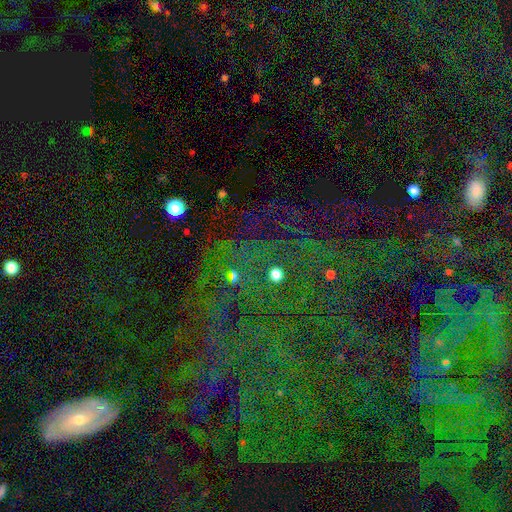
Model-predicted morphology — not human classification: type=star or artifact (77%).